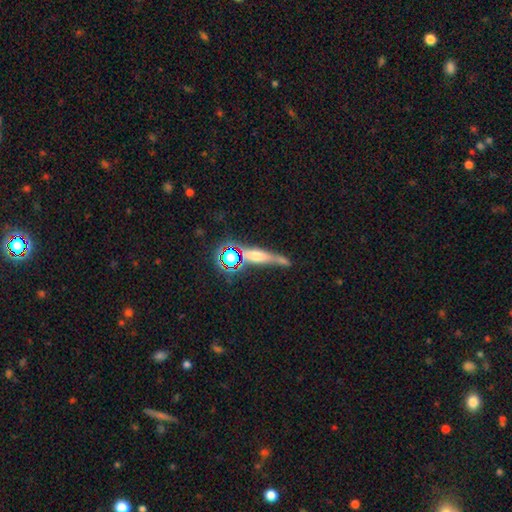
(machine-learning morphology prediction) smooth-or-featured: smooth: 38% (tied) | featured or disk: 38% (tied) | star or artifact: 24%
  merging: none: 57% | minor disturbance: 18% | merger: 17% | major disturbance: 9%